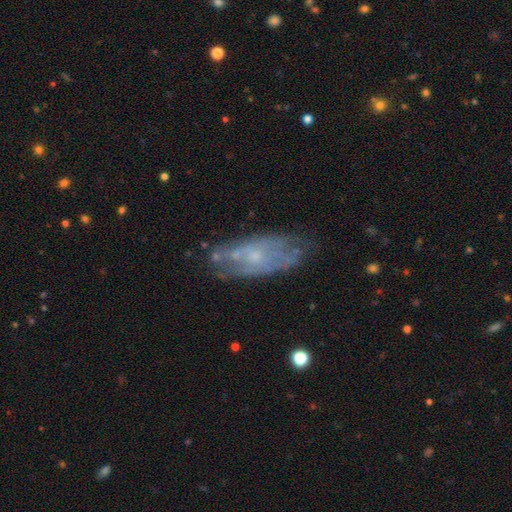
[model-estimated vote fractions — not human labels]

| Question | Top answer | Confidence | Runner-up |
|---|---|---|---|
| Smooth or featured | featured or disk | 61% | smooth (30%) |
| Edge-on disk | no | 86% | yes (14%) |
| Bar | no | 82% | weak (16%) |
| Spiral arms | no | 53% | yes (47%) |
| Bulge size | small | 67% | moderate (20%) |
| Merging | none | 63% | minor disturbance (24%) |